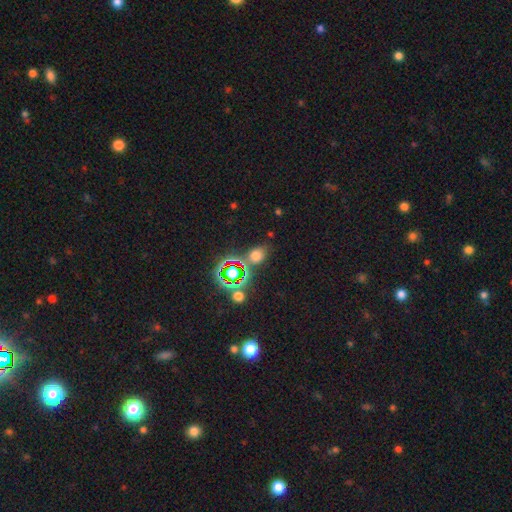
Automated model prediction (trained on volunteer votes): Smooth or featured? Predicted: smooth (p=0.58). How rounded? Predicted: round (p=0.49). Merging? Predicted: none (p=0.69).